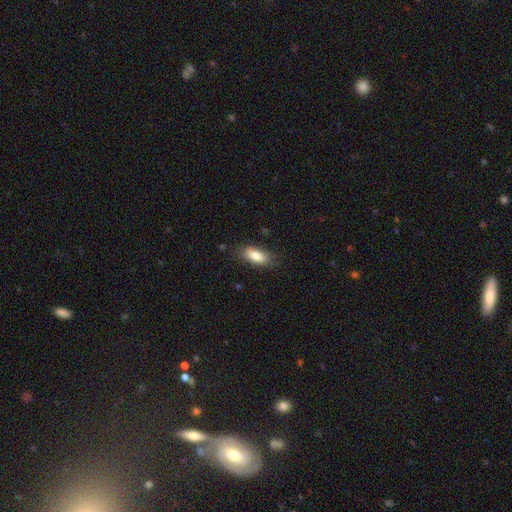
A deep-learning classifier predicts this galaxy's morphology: Q: Smooth or featured?
A: smooth (81%); runner-up: featured or disk (11%)
Q: How rounded?
A: in between (81%); runner-up: cigar-shaped (16%)
Q: Merging?
A: none (79%); runner-up: minor disturbance (16%)